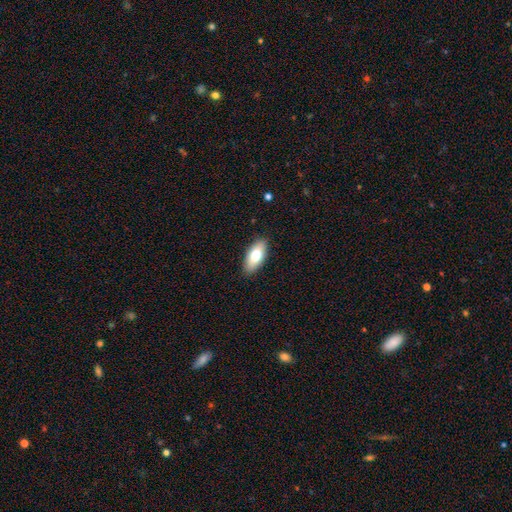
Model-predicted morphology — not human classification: Smooth or featured?
  - smooth: 75% *
  - featured or disk: 19%
  - star or artifact: 6%
How rounded?
  - in between: 87% *
  - cigar-shaped: 11%
  - round: 2%
Merging?
  - none: 89% *
  - minor disturbance: 8%
  - major disturbance: 2%
  - merger: 1%